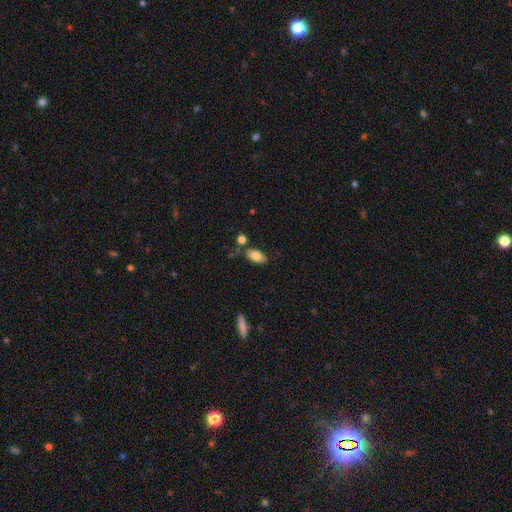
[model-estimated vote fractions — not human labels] A smooth galaxy with no disk features (79%) that is in between round and cigar-shaped (90%).

Vote fractions:
- Smooth or featured? smooth: 79% / featured or disk: 13% / star or artifact: 8%
- How rounded? in between: 90% / cigar-shaped: 5% / round: 5%
- Merging? none: 68% / minor disturbance: 16% / merger: 12% / major disturbance: 5%